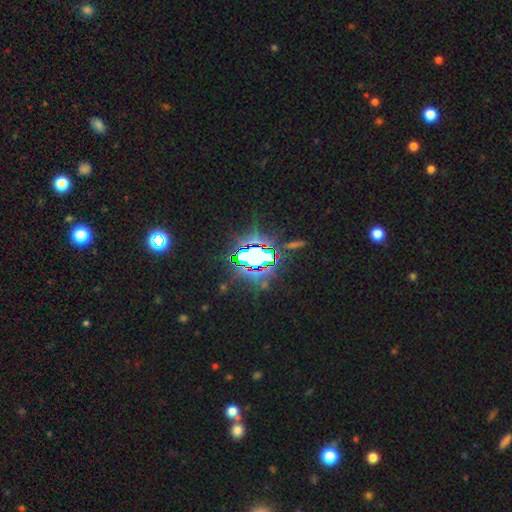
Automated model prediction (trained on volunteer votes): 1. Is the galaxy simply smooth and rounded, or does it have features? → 72% star or artifact, 16% smooth, 13% featured or disk.